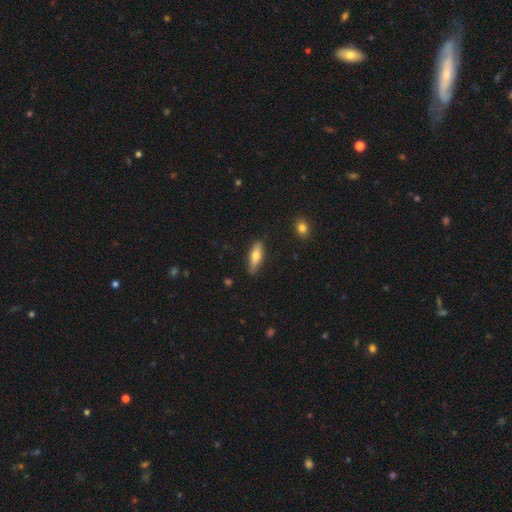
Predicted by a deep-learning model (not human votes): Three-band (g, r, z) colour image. It shows a smooth galaxy with no disk features (66%) that is in between round and cigar-shaped (55%). Merging: none (84%).